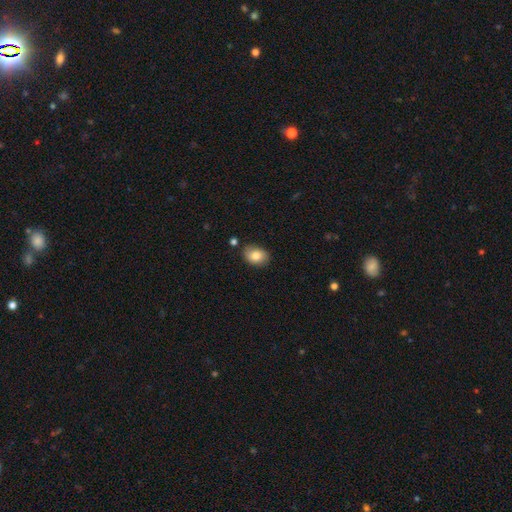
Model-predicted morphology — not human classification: smooth_or_featured: smooth (p=0.82) [alt: featured or disk p=0.10]
how_rounded: in between (p=0.74) [alt: round p=0.25]
merging: none (p=0.81) [alt: minor disturbance p=0.13]